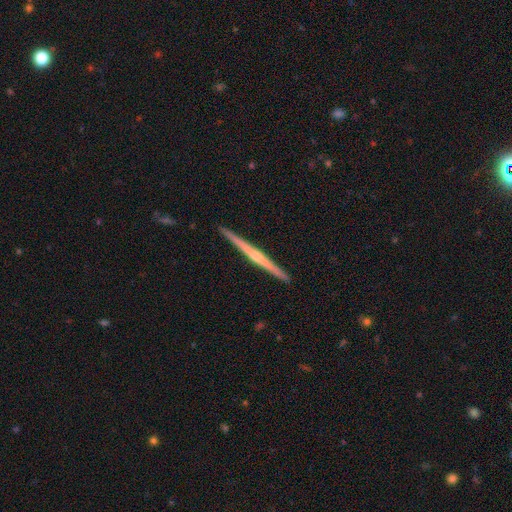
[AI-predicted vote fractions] This appears to be a featured or disk galaxy (75%) viewed edge-on (98%) with a rounded central bulge (61%). Merging: none (92%).